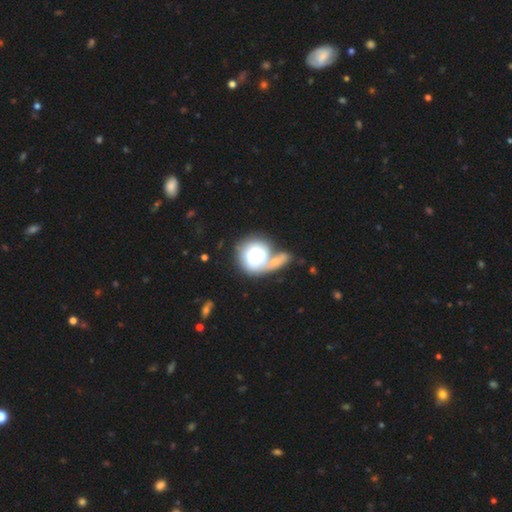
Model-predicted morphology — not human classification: Smooth or featured: smooth — 68% (featured or disk — 24%)
How rounded: round — 86% (in between — 13%)
Merging: merger — 46% (none — 30%)